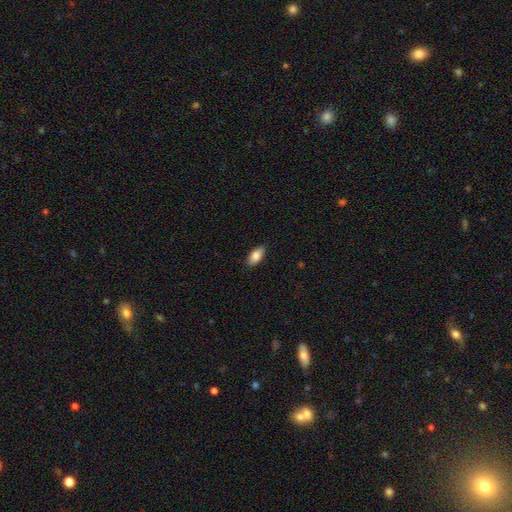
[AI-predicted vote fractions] Overall: smooth (86%). How rounded: in between (93%). Merging: none (88%).